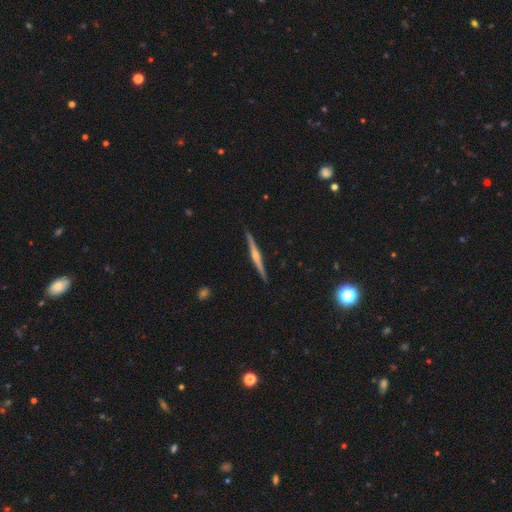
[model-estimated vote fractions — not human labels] This is clearly a featured or disk galaxy (81%). It is clearly viewed edge-on (99%). Edge-on bulge: clearly rounded (88%). Merging: clearly none (92%).